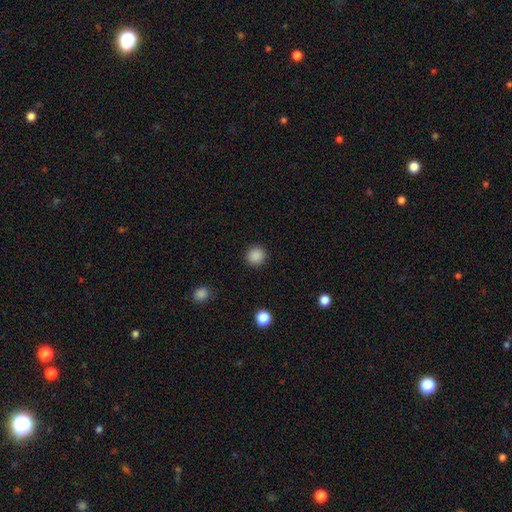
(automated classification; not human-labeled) This appears to be a smooth galaxy with no disk features (88%) that is round (94%). Merging: none (92%).